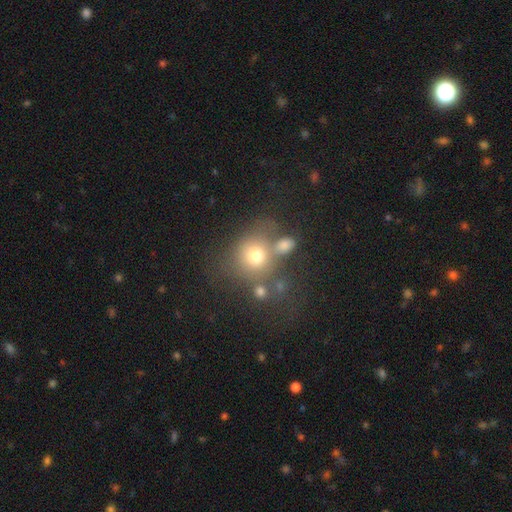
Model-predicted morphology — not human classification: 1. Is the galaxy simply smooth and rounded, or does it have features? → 69% smooth, 16% star or artifact, 15% featured or disk.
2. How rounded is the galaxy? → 77% round, 22% in between, 1% cigar-shaped.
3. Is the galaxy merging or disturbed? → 51% none, 23% merger, 15% minor disturbance, 11% major disturbance.